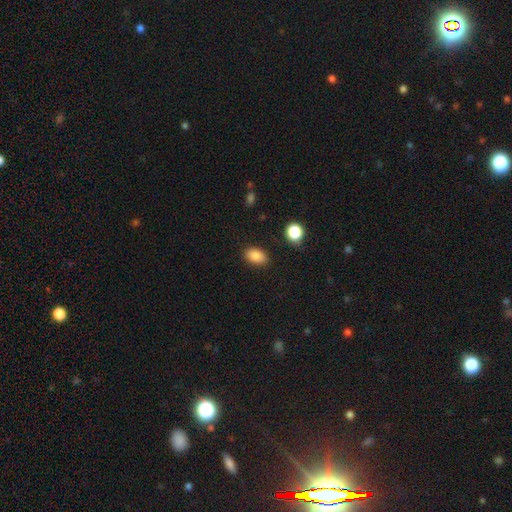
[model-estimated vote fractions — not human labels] The model was most divided on "merging": none: 86%, minor disturbance: 10%, major disturbance: 3%, merger: 2%. More confident: how rounded — in between (87%); smooth or featured — smooth (87%).